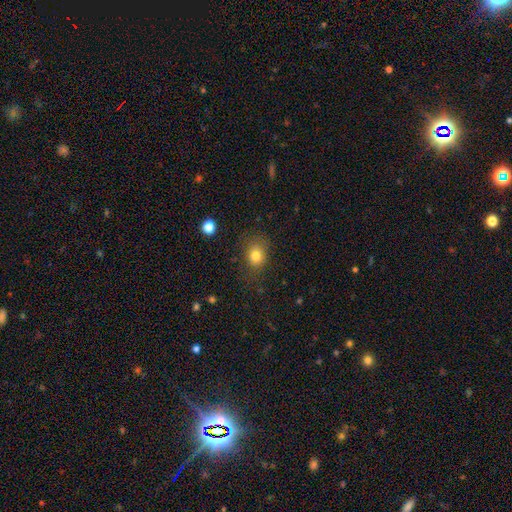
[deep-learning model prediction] smooth-or-featured: smooth: 80% | star or artifact: 12% | featured or disk: 8%
  how-rounded: round: 57% | in between: 42% | cigar-shaped: 1%
  merging: none: 77% | minor disturbance: 15% | major disturbance: 6% | merger: 2%